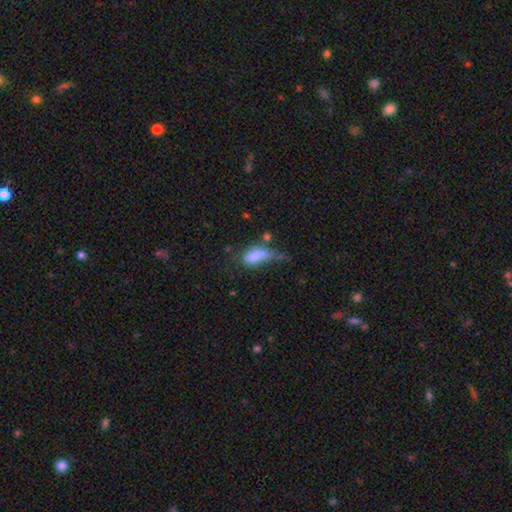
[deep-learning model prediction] A smooth galaxy with no disk features (73%) that is in between round and cigar-shaped (85%). Merging: major disturbance (40%).